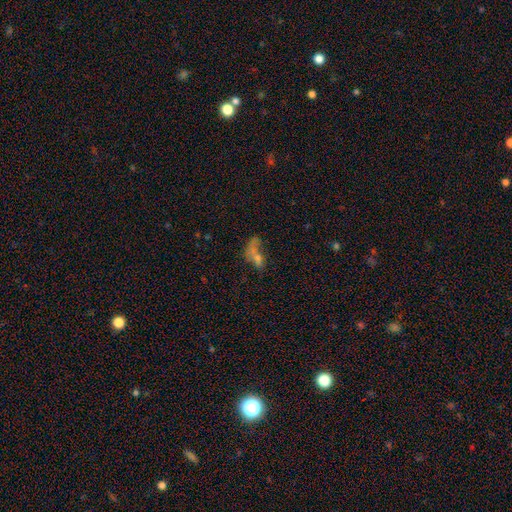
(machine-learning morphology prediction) A smooth galaxy with no disk features (51%) that is in between round and cigar-shaped (76%).

Vote fractions:
- Smooth or featured? smooth: 51% / featured or disk: 31% / star or artifact: 18%
- How rounded? in between: 76% / cigar-shaped: 13% / round: 11%
- Merging? major disturbance: 33% / merger: 30% / none: 23% / minor disturbance: 14%